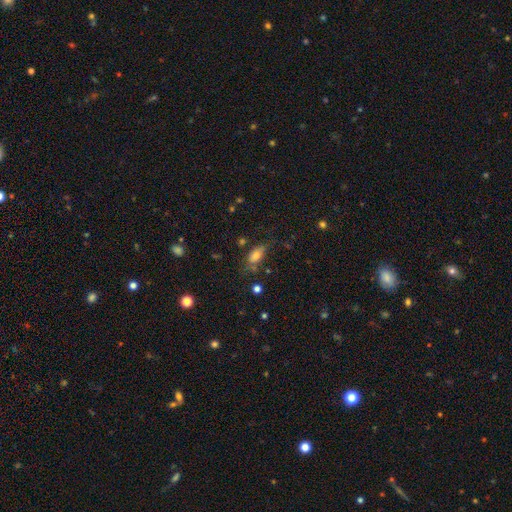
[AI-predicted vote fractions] The model was most divided on "merging": none: 61%, minor disturbance: 24%, major disturbance: 9%, merger: 6%. More confident: how rounded — in between (85%); smooth or featured — smooth (72%).